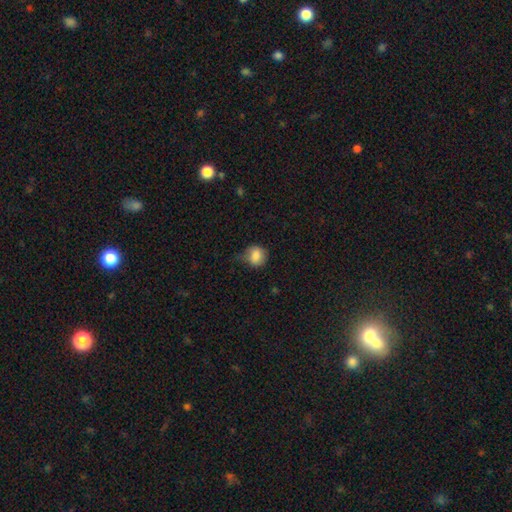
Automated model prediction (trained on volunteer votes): Smooth or featured? smooth (83%)
How rounded? round (76%)
Merging? none (52%)